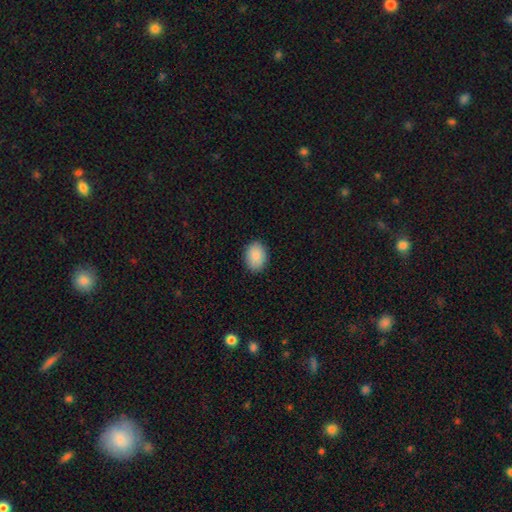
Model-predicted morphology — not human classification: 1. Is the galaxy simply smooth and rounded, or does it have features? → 89% smooth, 7% star or artifact, 4% featured or disk.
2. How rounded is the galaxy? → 70% in between, 29% round, 1% cigar-shaped.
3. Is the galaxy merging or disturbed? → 88% none, 9% minor disturbance, 2% major disturbance, 1% merger.